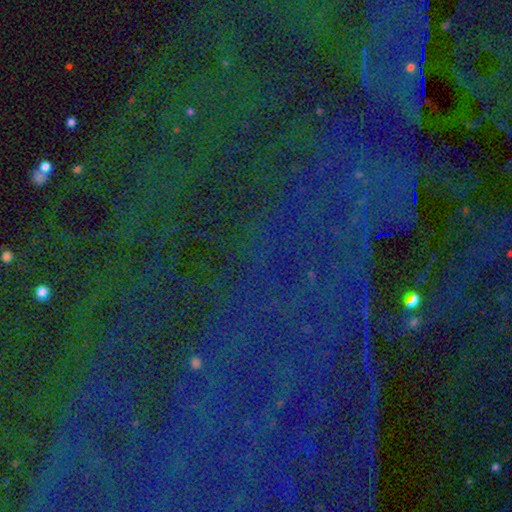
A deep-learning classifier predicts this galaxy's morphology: A star or artifact, not a galaxy (84%).

Vote fractions:
- Smooth or featured? star or artifact: 84% / smooth: 9% / featured or disk: 7%